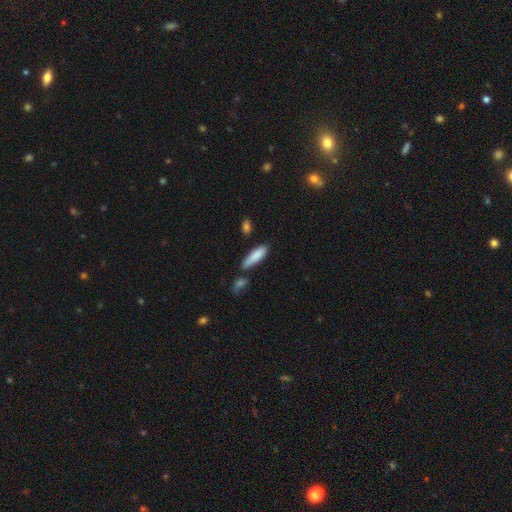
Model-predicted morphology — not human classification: A smooth galaxy with no disk features (84%) that is cigar-shaped (59%).

Vote fractions:
- Smooth or featured? smooth: 84% / featured or disk: 9% / star or artifact: 6%
- How rounded? cigar-shaped: 59% / in between: 39% / round: 2%
- Merging? none: 62% / minor disturbance: 21% / merger: 12% / major disturbance: 5%